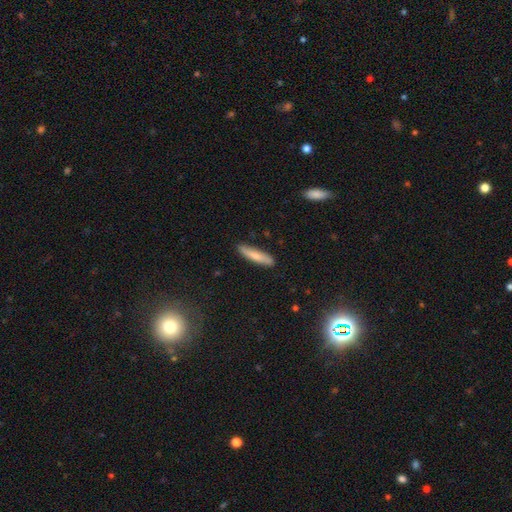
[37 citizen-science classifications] This appears to be a smooth galaxy with no disk features (73%) that is cigar-shaped (78%). Merging: none (82%).